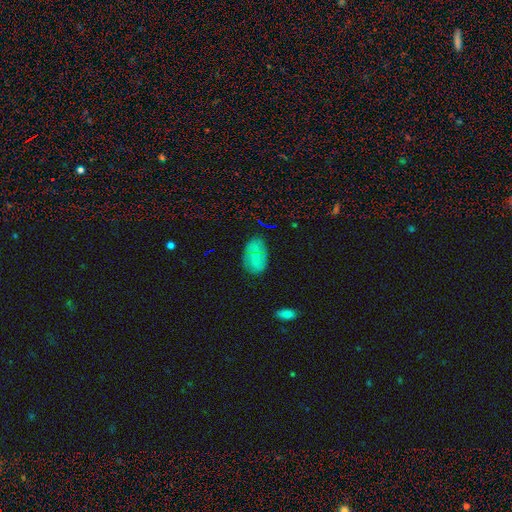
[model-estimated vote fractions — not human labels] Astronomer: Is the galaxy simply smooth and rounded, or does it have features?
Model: smooth — 62%.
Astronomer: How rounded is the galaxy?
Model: in between — 89%.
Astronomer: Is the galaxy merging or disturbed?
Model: none — 70%.